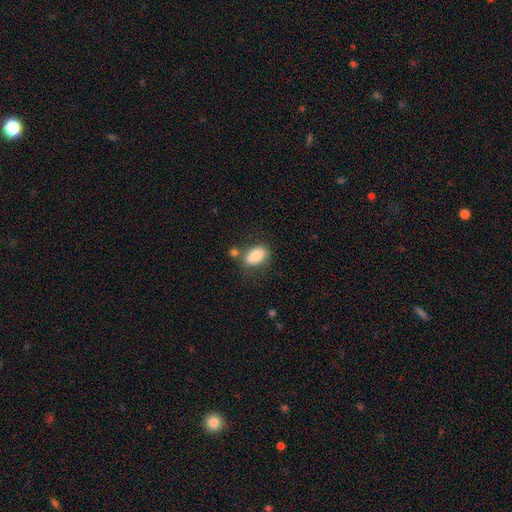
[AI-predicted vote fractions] The model was most divided on "merging": none: 64%, minor disturbance: 16%, merger: 15%, major disturbance: 5%. More confident: how rounded — in between (90%); smooth or featured — smooth (80%).